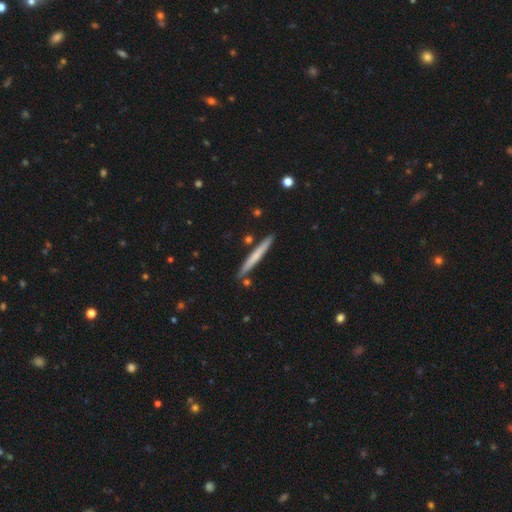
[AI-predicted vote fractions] Smooth or featured?
  - smooth: 59% *
  - featured or disk: 36%
  - star or artifact: 5%
How rounded?
  - cigar-shaped: 97% *
  - in between: 2%
  - round: 1%
Merging?
  - none: 87% *
  - minor disturbance: 8%
  - merger: 3%
  - major disturbance: 1%